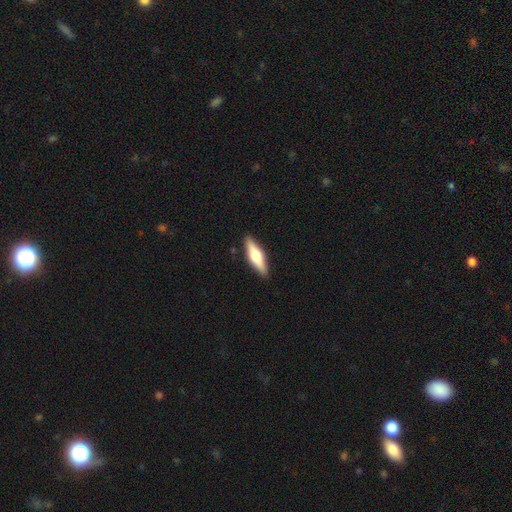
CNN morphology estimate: Smooth or featured?
  - smooth: 49% *
  - featured or disk: 46%
  - star or artifact: 5%
Merging?
  - none: 90% *
  - minor disturbance: 7%
  - major disturbance: 2%
  - merger: 1%